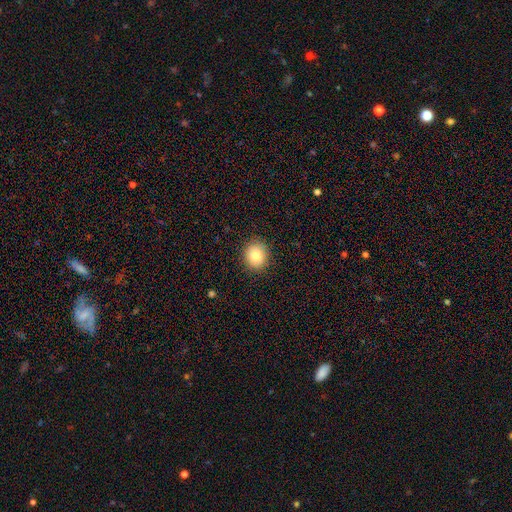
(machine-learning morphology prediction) A smooth galaxy with no disk features (84%) that is round (74%). Merging: none (90%).